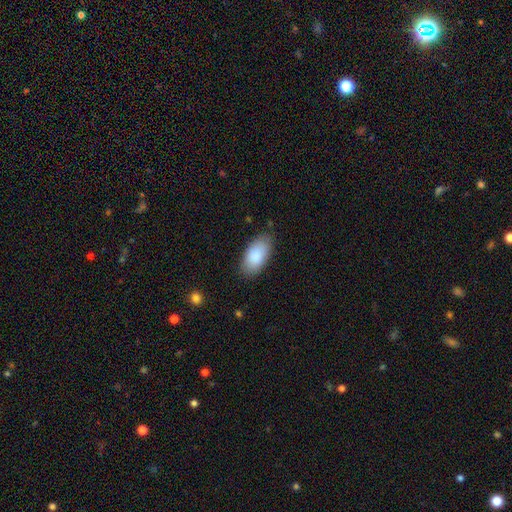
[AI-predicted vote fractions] Smooth or featured? smooth (88%)
How rounded? in between (94%)
Merging? none (82%)